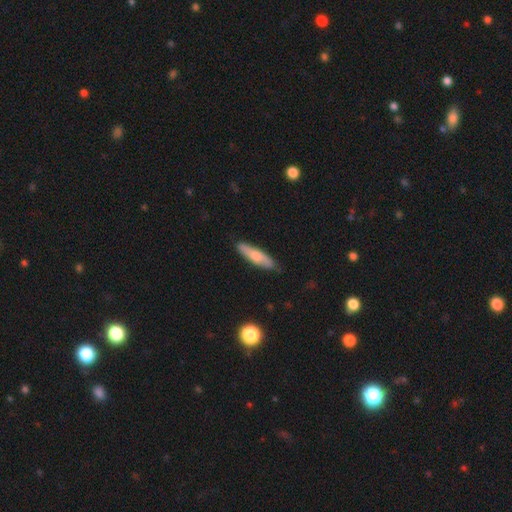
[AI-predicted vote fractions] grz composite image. It shows a smooth galaxy with no disk features (68%) that is cigar-shaped (71%). Merging: none (84%).